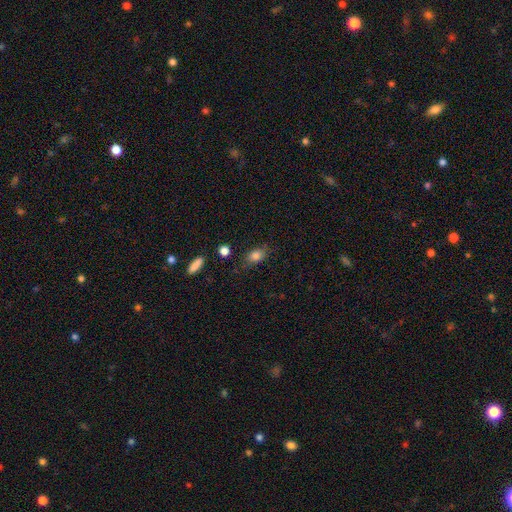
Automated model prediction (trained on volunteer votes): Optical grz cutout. It shows a smooth galaxy with no disk features (82%) that is in between round and cigar-shaped (77%). Merging: none (76%).